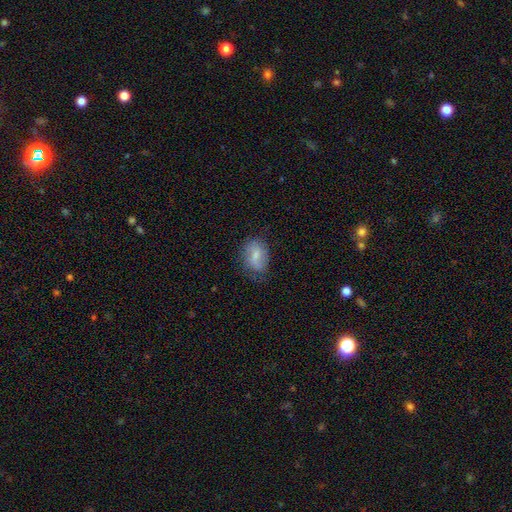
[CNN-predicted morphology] The model was most divided on "merging": none: 60%, minor disturbance: 28%, major disturbance: 10%, merger: 2%. More confident: how rounded — in between (80%); smooth or featured — smooth (63%).